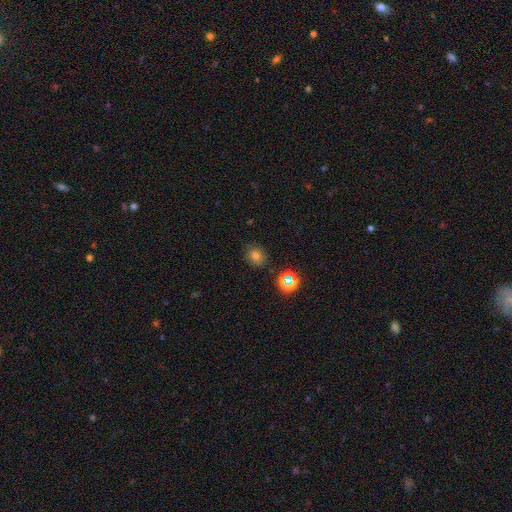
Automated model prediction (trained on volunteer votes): Q: Smooth or featured?
A: smooth (73%); runner-up: star or artifact (20%)
Q: How rounded?
A: round (72%); runner-up: in between (27%)
Q: Merging?
A: none (84%); runner-up: minor disturbance (11%)